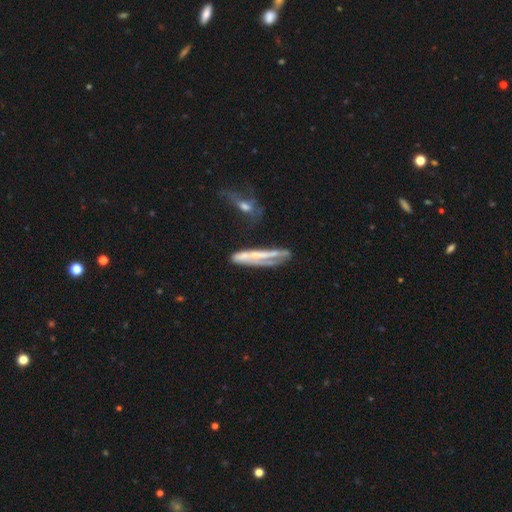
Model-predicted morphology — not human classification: smooth_or_featured: featured or disk (p=0.61) [alt: smooth p=0.29]
disk_edge_on: no (p=0.53) [alt: yes p=0.47]
merging: none (p=0.42) [alt: minor disturbance p=0.20]